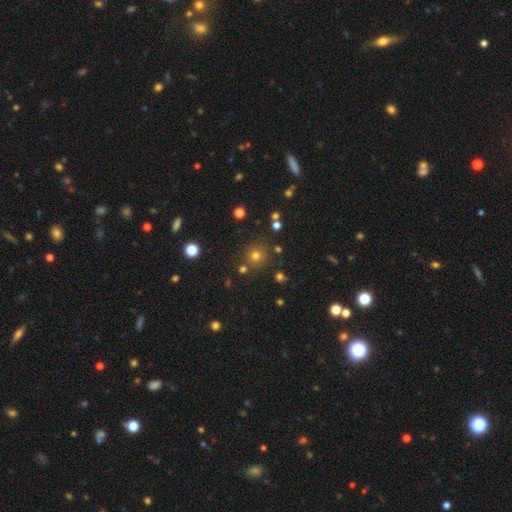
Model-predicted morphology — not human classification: smooth 70%, star or artifact 22%, featured or disk 8%. Down the decision tree: how rounded — round (94%); merging — none (84%).